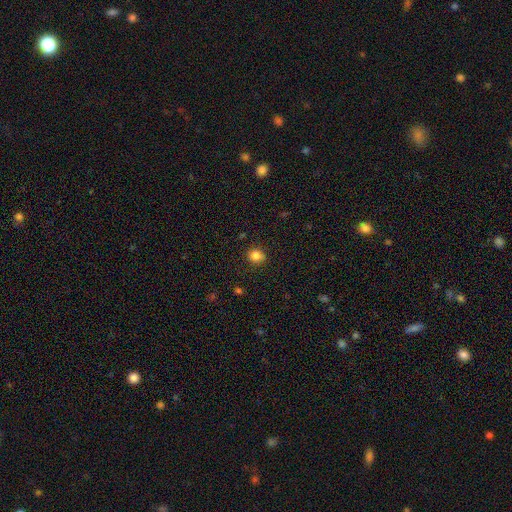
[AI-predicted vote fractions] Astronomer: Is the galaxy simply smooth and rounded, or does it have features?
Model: smooth — 83%.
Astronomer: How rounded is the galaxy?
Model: round — 73%.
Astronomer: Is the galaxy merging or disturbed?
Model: none — 82%.